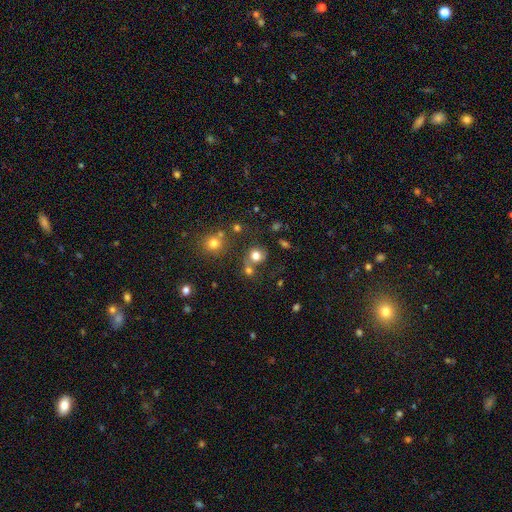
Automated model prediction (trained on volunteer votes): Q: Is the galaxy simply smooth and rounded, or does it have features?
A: smooth — 75%.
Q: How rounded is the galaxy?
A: round — 83%.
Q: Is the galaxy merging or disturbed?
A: none — 59%.